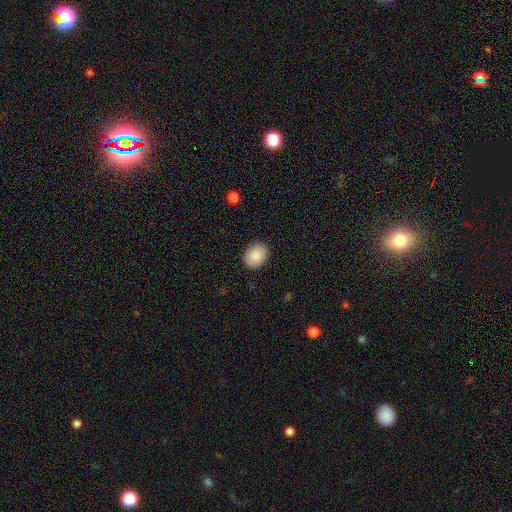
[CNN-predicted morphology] smooth_or_featured: smooth (p=0.88) [alt: star or artifact p=0.07]
how_rounded: in between (p=0.64) [alt: round p=0.35]
merging: none (p=0.88) [alt: minor disturbance p=0.09]